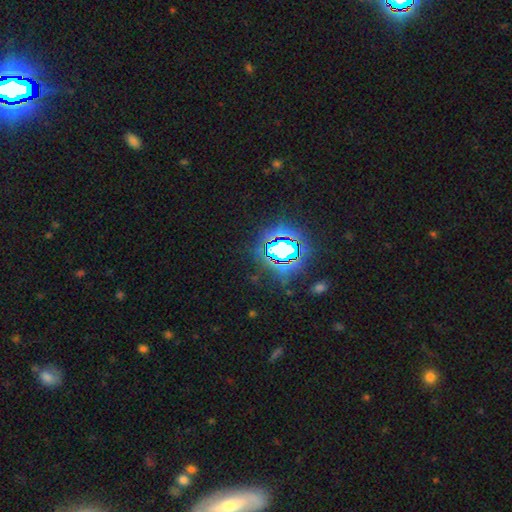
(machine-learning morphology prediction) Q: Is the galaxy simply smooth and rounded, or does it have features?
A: star or artifact — 82%.